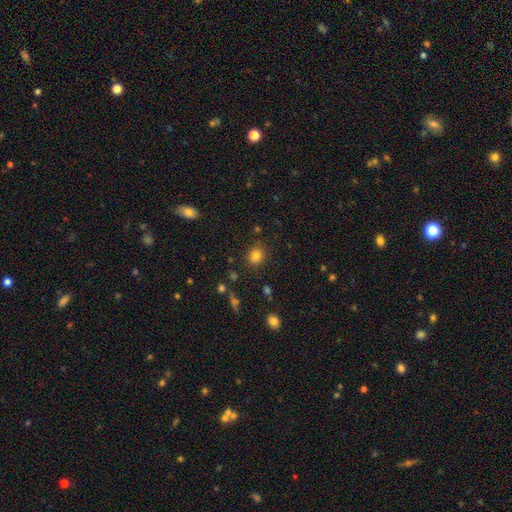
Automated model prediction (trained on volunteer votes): Q: Smooth or featured?
A: smooth (81%); runner-up: star or artifact (13%)
Q: How rounded?
A: round (63%); runner-up: in between (36%)
Q: Merging?
A: none (84%); runner-up: minor disturbance (10%)